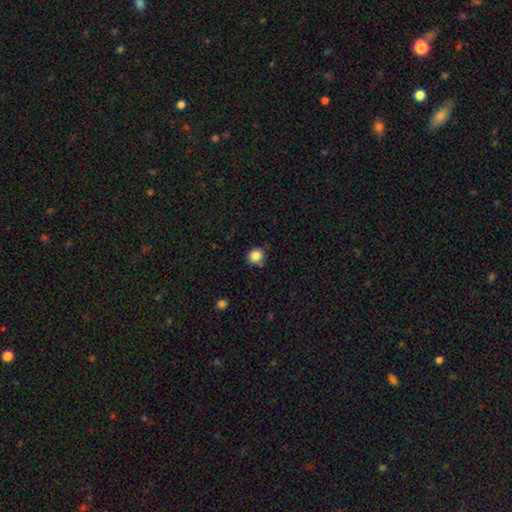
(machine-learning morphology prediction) Smooth or featured: smooth — 85% (star or artifact — 10%)
How rounded: round — 86% (in between — 13%)
Merging: none — 76% (minor disturbance — 16%)